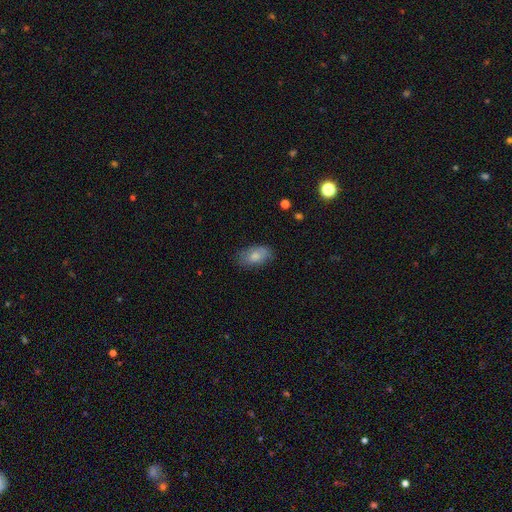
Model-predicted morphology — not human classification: Q: Smooth or featured?
A: smooth (78%); runner-up: featured or disk (16%)
Q: How rounded?
A: in between (93%); runner-up: round (5%)
Q: Merging?
A: none (75%); runner-up: minor disturbance (19%)